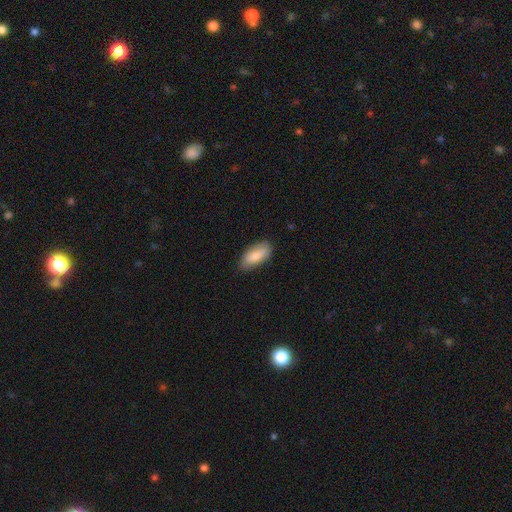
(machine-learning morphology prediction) Smooth or featured?
  - smooth: 80% *
  - featured or disk: 14%
  - star or artifact: 6%
How rounded?
  - in between: 88% *
  - cigar-shaped: 10%
  - round: 2%
Merging?
  - none: 81% *
  - minor disturbance: 16%
  - major disturbance: 3%
  - merger: 1%